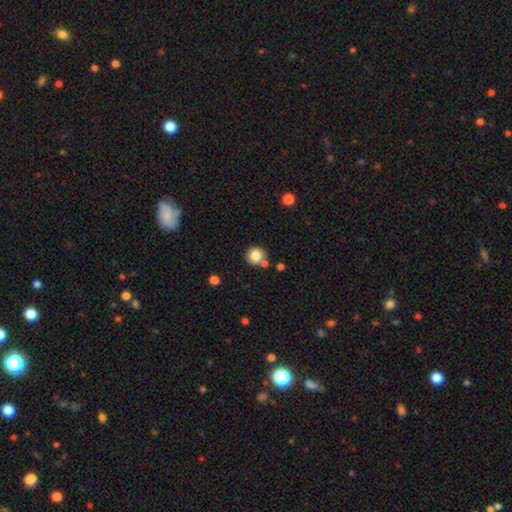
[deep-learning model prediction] smooth-or-featured: smooth: 83% | star or artifact: 10% | featured or disk: 7%
  how-rounded: round: 92% | in between: 7% | cigar-shaped: 1%
  merging: none: 70% | merger: 17% | minor disturbance: 10% | major disturbance: 3%